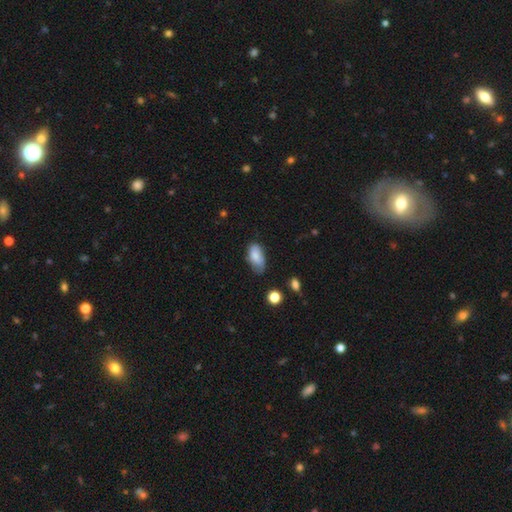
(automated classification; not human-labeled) Smooth or featured? smooth (81%)
How rounded? in between (92%)
Merging? none (54%)